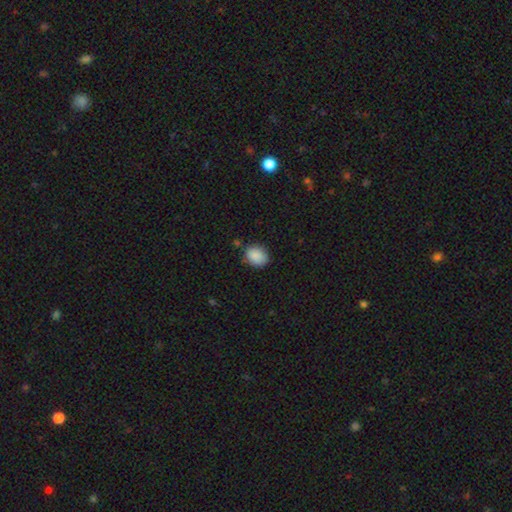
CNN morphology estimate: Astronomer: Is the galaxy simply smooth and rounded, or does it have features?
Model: smooth — 88%.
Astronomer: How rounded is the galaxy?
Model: round — 51% (runner-up: in between, 48%).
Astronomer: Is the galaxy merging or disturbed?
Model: none — 77%.